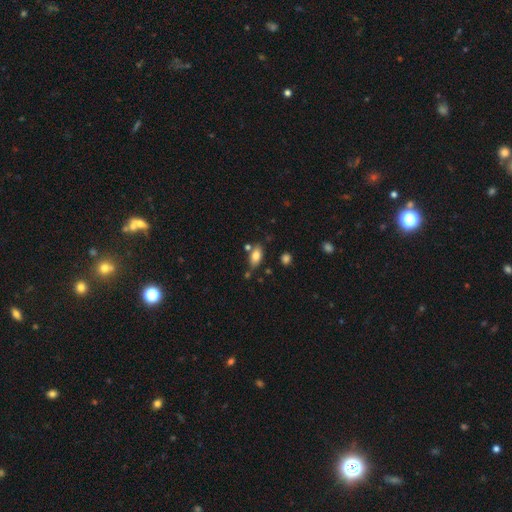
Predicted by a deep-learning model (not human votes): Smooth or featured? Predicted: smooth (p=0.80). How rounded? Predicted: in between (p=0.90). Merging? Predicted: none (p=0.71).